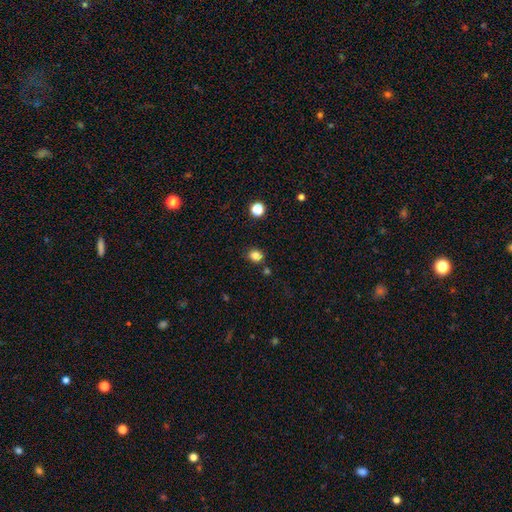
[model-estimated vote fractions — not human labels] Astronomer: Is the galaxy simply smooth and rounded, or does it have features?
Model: smooth — 82%.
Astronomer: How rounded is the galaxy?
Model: round — 62%.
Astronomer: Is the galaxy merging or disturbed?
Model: none — 81%.